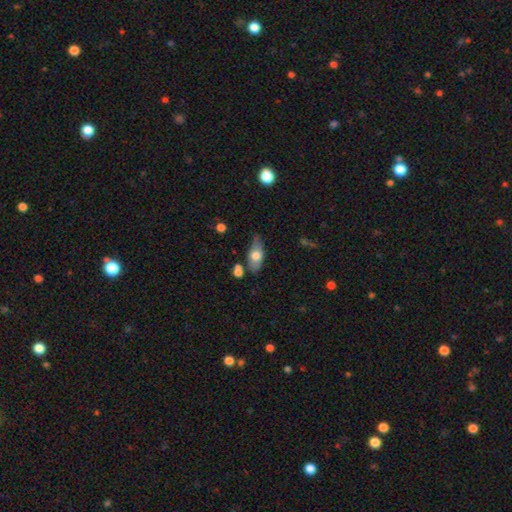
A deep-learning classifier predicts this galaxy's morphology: smooth_or_featured: smooth (p=0.65) [alt: featured or disk p=0.28]
how_rounded: in between (p=0.84) [alt: cigar-shaped p=0.12]
merging: none (p=0.65) [alt: minor disturbance p=0.22]